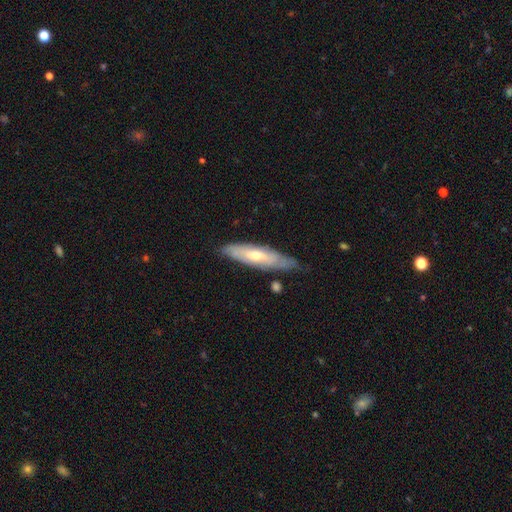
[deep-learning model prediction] Smooth or featured? Predicted: featured or disk (p=0.54). Edge-on disk? Predicted: no (p=0.53). Merging? Predicted: none (p=0.72).